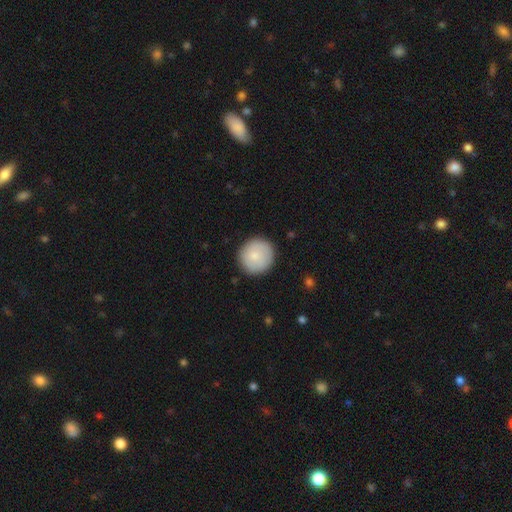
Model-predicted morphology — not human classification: Smooth or featured: smooth — 81% (featured or disk — 12%)
How rounded: round — 95% (in between — 5%)
Merging: none — 89% (minor disturbance — 8%)